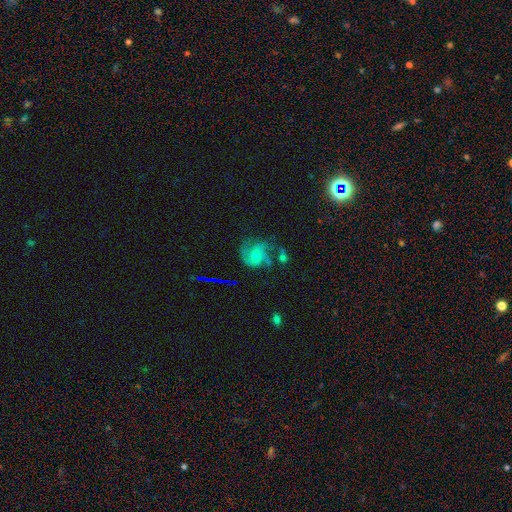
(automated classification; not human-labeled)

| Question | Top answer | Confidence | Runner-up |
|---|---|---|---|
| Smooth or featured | featured or disk | 75% | smooth (15%) |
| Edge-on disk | no | 98% | yes (2%) |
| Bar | no | 67% | weak (28%) |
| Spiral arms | yes | 93% | no (7%) |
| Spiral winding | medium | 52% | tight (26%) |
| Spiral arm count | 3 | 46% | 2 (21%) |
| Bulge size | small | 44% | moderate (40%) |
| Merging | none | 51% | major disturbance (22%) |